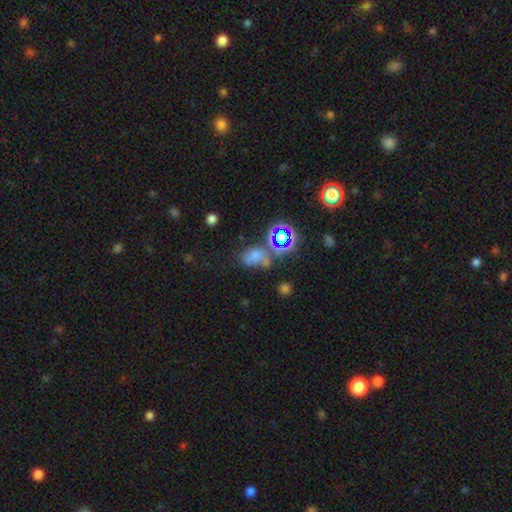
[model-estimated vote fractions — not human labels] Overall: star or artifact (45%; smooth 41%).